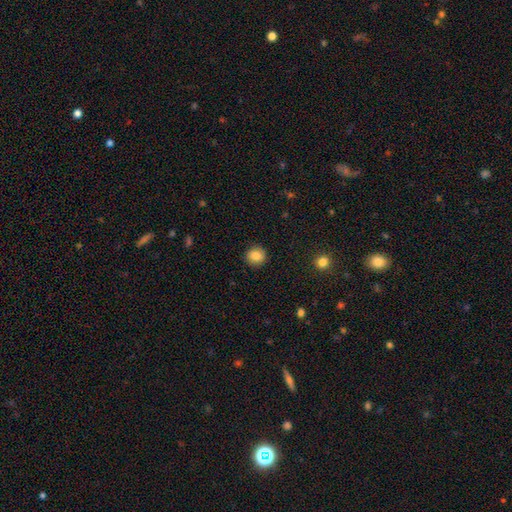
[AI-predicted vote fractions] smooth-or-featured: smooth: 85% | star or artifact: 10% | featured or disk: 6%
  how-rounded: round: 88% | in between: 12% | cigar-shaped: 1%
  merging: none: 90% | minor disturbance: 7% | major disturbance: 2% | merger: 1%